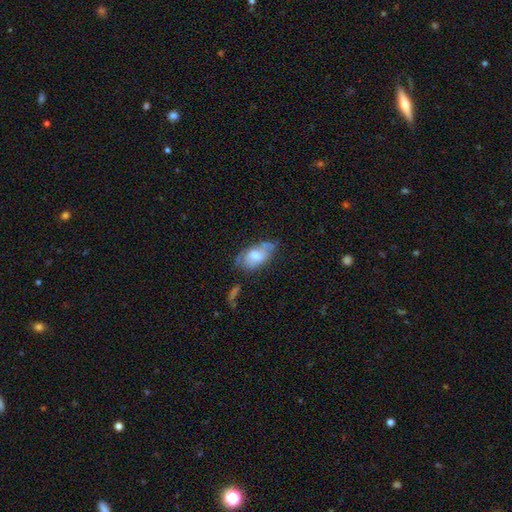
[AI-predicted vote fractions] Smooth or featured? Predicted: smooth (p=0.60). How rounded? Predicted: in between (p=0.92). Merging? Predicted: none (p=0.46).